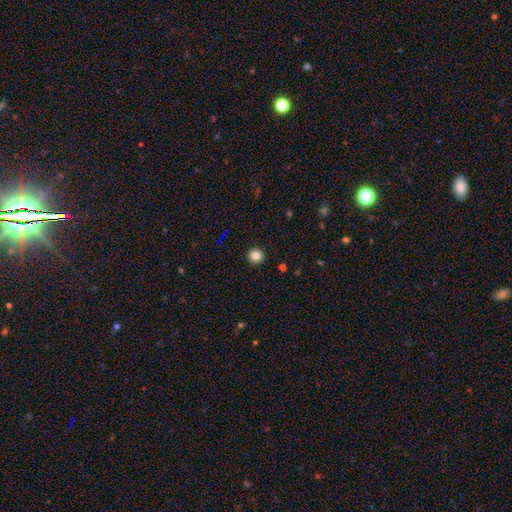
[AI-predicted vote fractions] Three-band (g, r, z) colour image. It shows a smooth galaxy with no disk features (83%) that is round (96%). Merging: none (93%).